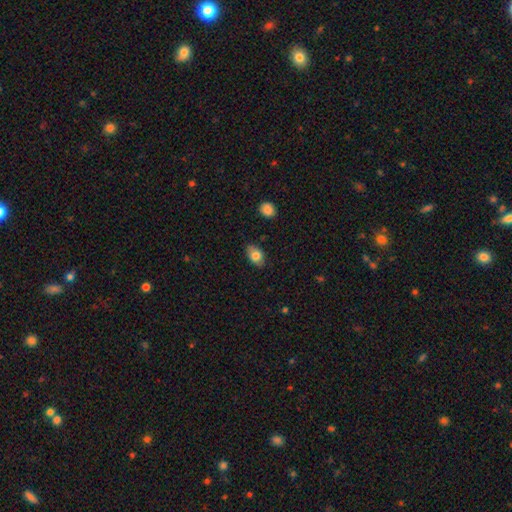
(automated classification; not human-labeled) A smooth galaxy with no disk features (81%) that is in between round and cigar-shaped (87%). Merging: none (83%).